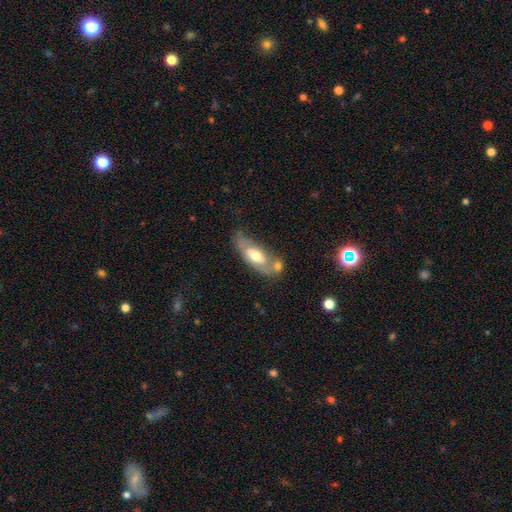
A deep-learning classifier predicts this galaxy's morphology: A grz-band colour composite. It shows a smooth galaxy with no disk features (50%). Merging: none (42%).